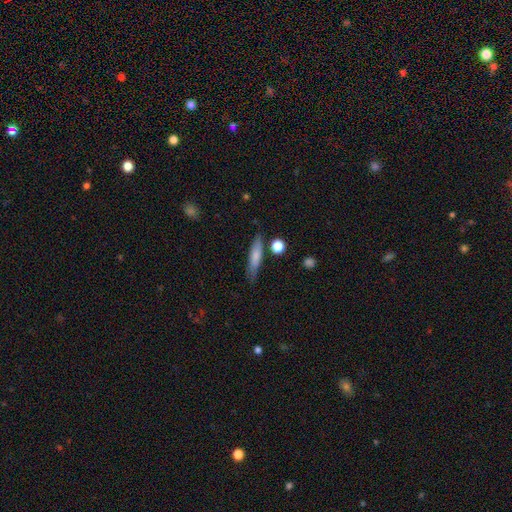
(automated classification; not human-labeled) A smooth galaxy with no disk features (70%) that is cigar-shaped (80%).

Vote fractions:
- Smooth or featured? smooth: 70% / featured or disk: 23% / star or artifact: 7%
- How rounded? cigar-shaped: 80% / in between: 18% / round: 2%
- Merging? none: 79% / minor disturbance: 14% / merger: 5% / major disturbance: 3%